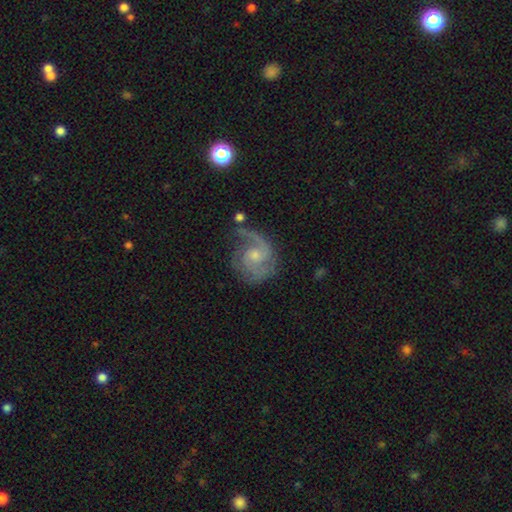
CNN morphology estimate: This is clearly a featured or disk galaxy (86%). It is clearly not viewed edge-on (98%). Bar: likely no (63%). Spiral arm pattern: clearly yes (97%). Spiral arm count: likely 2 (65%). Spiral winding: possibly medium (50%). Central bulge: possibly small (59%). Merging: likely none (60%).